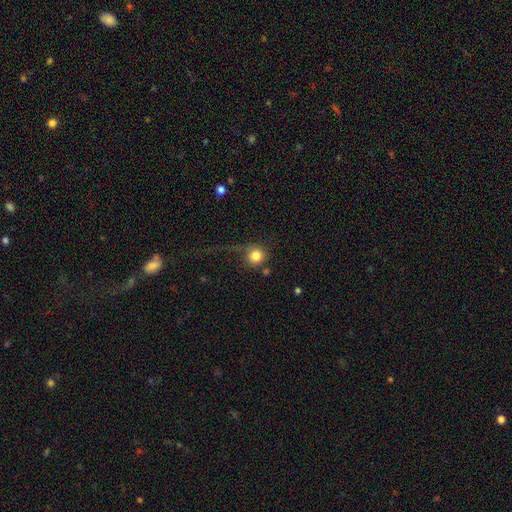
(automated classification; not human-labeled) Smooth or featured?
  - smooth: 81% *
  - featured or disk: 10%
  - star or artifact: 9%
How rounded?
  - round: 91% *
  - in between: 7%
  - cigar-shaped: 1%
Merging?
  - none: 48% *
  - major disturbance: 30%
  - minor disturbance: 14%
  - merger: 8%